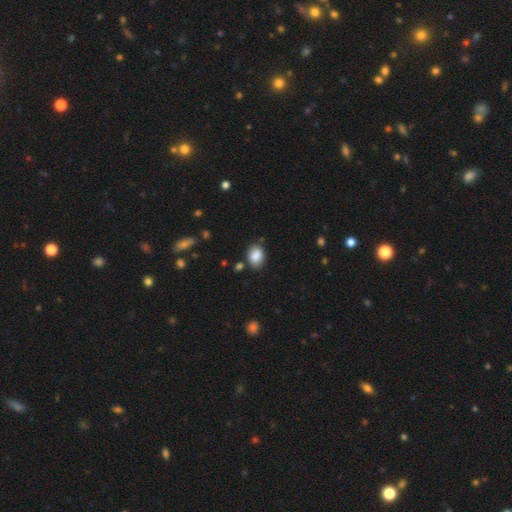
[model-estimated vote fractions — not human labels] Smooth or featured? Predicted: smooth (p=0.86). How rounded? Predicted: in between (p=0.71). Merging? Predicted: none (p=0.76).